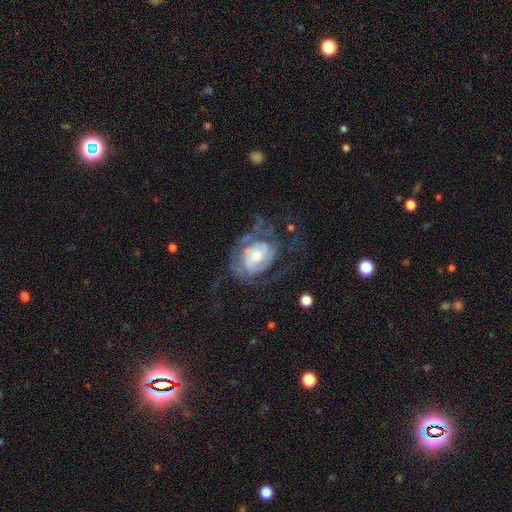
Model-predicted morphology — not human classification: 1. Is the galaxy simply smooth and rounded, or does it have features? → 79% featured or disk, 15% smooth, 7% star or artifact.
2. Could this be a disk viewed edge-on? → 97% no, 3% yes.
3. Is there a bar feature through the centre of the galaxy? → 63% no, 30% weak, 7% strong.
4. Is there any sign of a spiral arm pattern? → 87% yes, 13% no.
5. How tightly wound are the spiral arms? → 47% tight, 37% medium, 16% loose.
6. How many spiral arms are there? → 37% 2, 34% can't tell, 13% 3, 7% 1, 5% 4, 4% more than 4.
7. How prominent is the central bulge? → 45% moderate, 35% small, 14% large, 4% none, 2% dominant.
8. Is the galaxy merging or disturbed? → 50% none, 28% major disturbance, 19% minor disturbance, 2% merger.